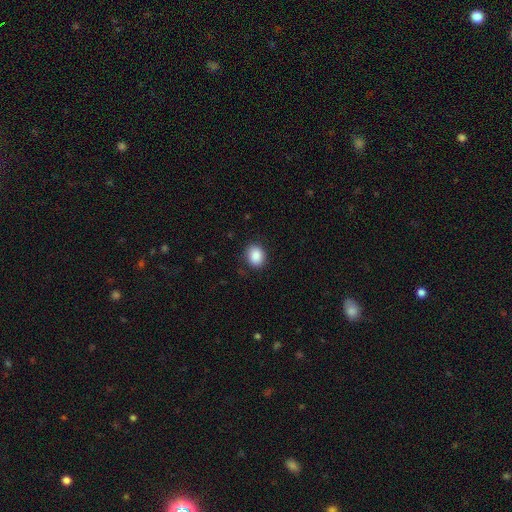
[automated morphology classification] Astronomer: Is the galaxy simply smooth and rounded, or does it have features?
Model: smooth — 88%.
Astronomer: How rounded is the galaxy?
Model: round — 54% (runner-up: in between, 45%).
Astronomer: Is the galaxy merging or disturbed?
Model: none — 84%.